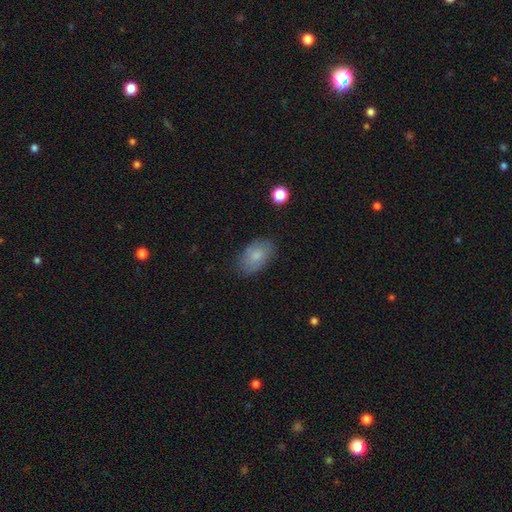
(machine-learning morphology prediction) This is likely a smooth galaxy (79%). How rounded: clearly in between (91%). Merging: clearly none (81%).